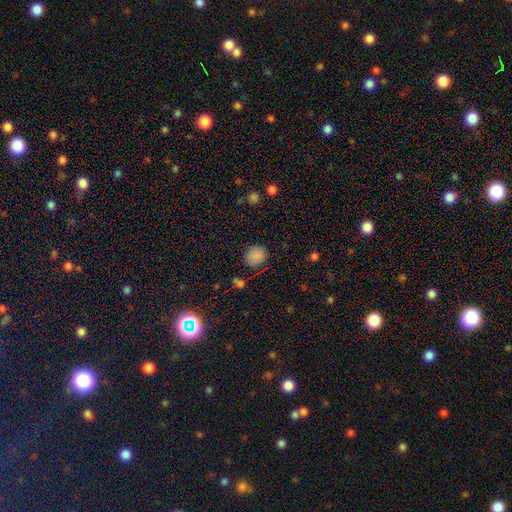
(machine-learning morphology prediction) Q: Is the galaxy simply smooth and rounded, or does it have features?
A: smooth — 84%.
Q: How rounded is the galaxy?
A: round — 79%.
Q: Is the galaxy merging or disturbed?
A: none — 80%.